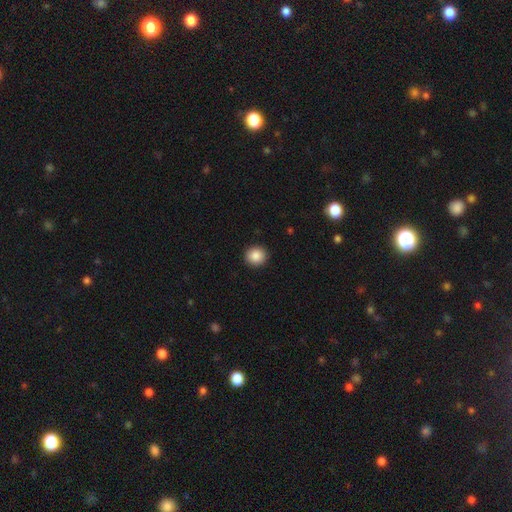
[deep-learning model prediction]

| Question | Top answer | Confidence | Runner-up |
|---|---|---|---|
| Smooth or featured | smooth | 88% | star or artifact (9%) |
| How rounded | round | 90% | in between (9%) |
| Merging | none | 92% | minor disturbance (5%) |